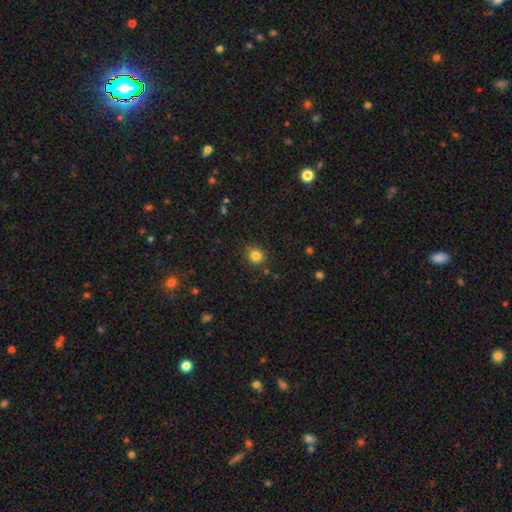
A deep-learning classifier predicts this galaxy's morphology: Smooth or featured? Predicted: smooth (p=0.82). How rounded? Predicted: round (p=0.81). Merging? Predicted: none (p=0.83).